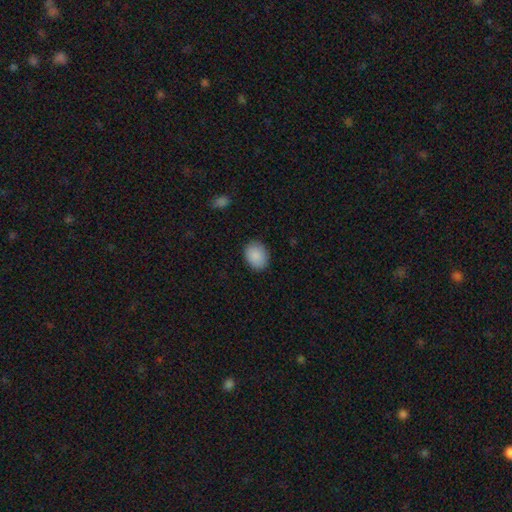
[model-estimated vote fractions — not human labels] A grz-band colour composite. It shows a smooth galaxy with no disk features (89%) that is in between round and cigar-shaped (61%). Merging: none (85%).